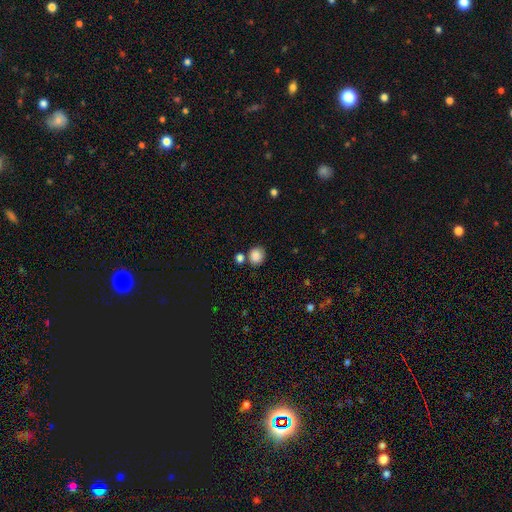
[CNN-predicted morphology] Smooth or featured?
  - smooth: 87% *
  - star or artifact: 9%
  - featured or disk: 4%
How rounded?
  - round: 80% *
  - in between: 20%
  - cigar-shaped: 1%
Merging?
  - none: 68% *
  - merger: 16%
  - minor disturbance: 12%
  - major disturbance: 4%